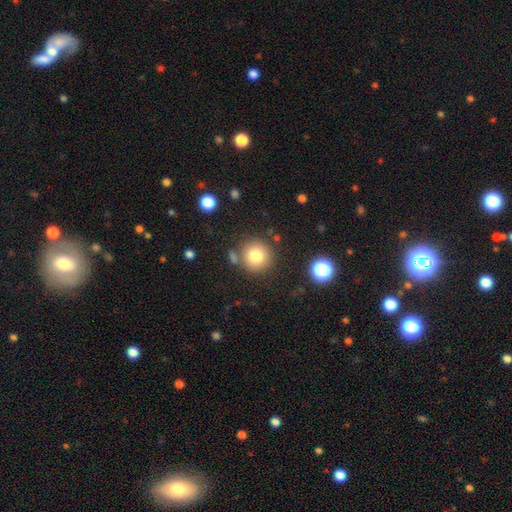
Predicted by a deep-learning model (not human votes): Overall: smooth (79%). How rounded: round (94%). Merging: none (80%).